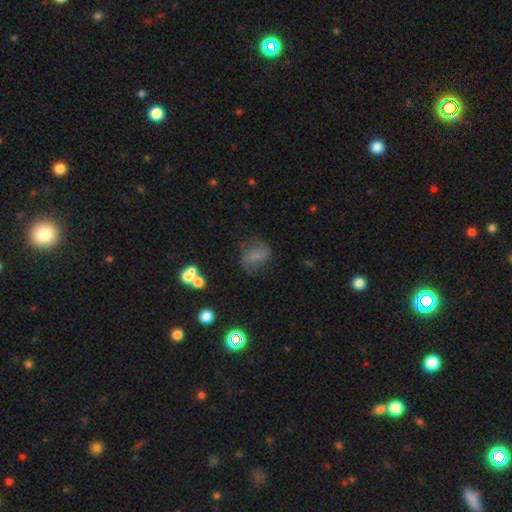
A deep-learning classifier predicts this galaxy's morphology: Smooth or featured? Predicted: smooth (p=0.53). How rounded? Predicted: in between (p=0.62). Merging? Predicted: none (p=0.64).